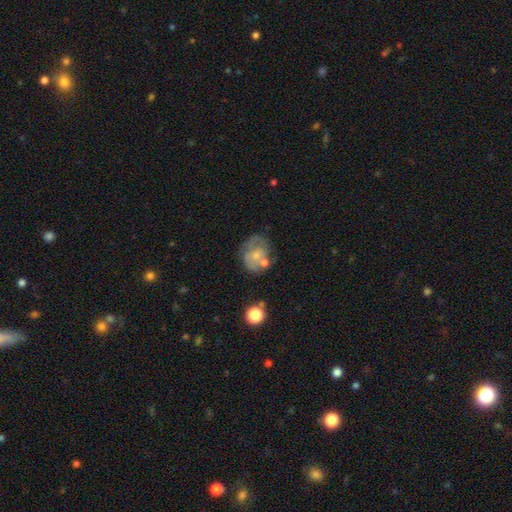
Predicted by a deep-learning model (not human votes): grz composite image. It shows a featured or disk galaxy (51%). Merging: none (42%).